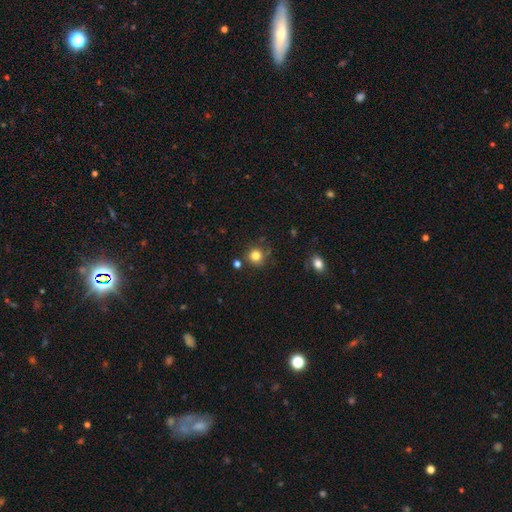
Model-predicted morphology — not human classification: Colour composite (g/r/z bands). It shows a smooth galaxy with no disk features (81%) that is round (90%). Merging: none (77%).